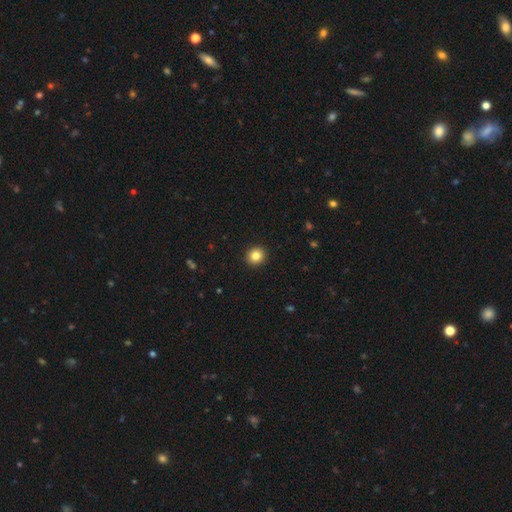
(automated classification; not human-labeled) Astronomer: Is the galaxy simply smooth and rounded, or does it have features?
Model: smooth — 84%.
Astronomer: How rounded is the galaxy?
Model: round — 89%.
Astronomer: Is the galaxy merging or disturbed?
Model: none — 93%.